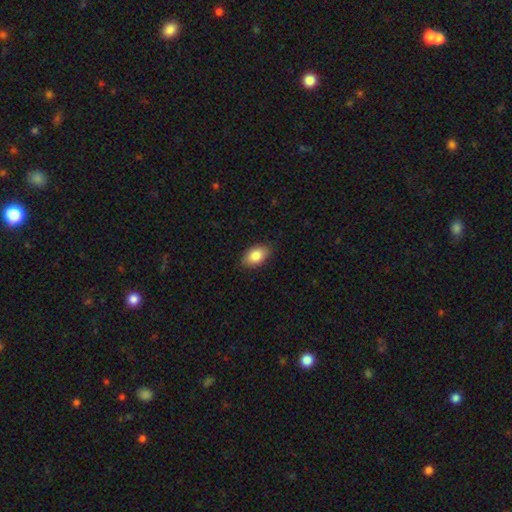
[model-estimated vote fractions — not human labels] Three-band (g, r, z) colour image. It shows a smooth galaxy with no disk features (85%) that is in between round and cigar-shaped (91%). Merging: none (85%).